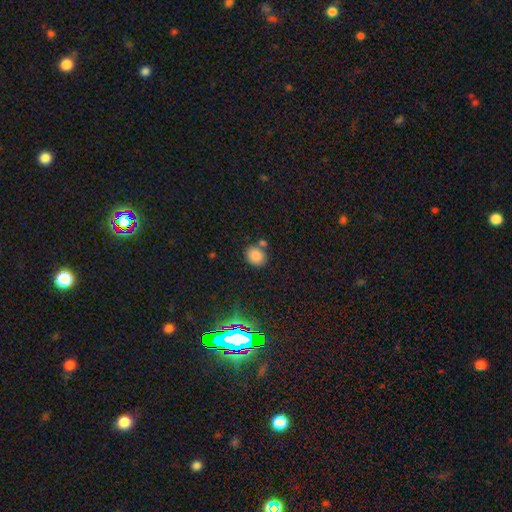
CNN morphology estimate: Q: Smooth or featured?
A: smooth (81%); runner-up: star or artifact (14%)
Q: How rounded?
A: round (68%); runner-up: in between (31%)
Q: Merging?
A: none (68%); runner-up: merger (17%)